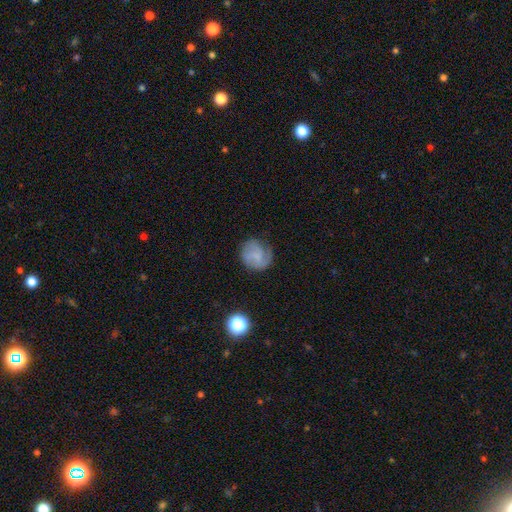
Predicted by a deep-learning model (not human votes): Smooth or featured: featured or disk — 48% (smooth — 43%)
Merging: none — 70% (minor disturbance — 19%)